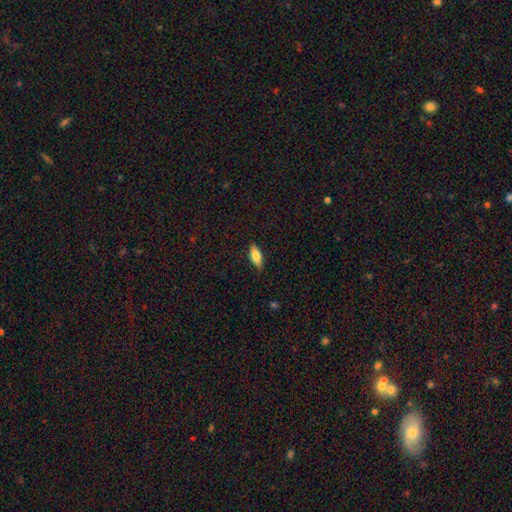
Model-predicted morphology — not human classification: Smooth or featured? Predicted: smooth (p=0.75). How rounded? Predicted: in between (p=0.75). Merging? Predicted: none (p=0.85).